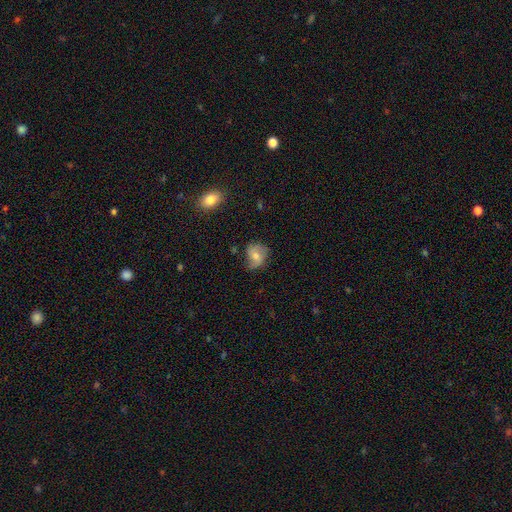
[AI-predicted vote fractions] A featured or disk galaxy (46%). Merging: none (59%).